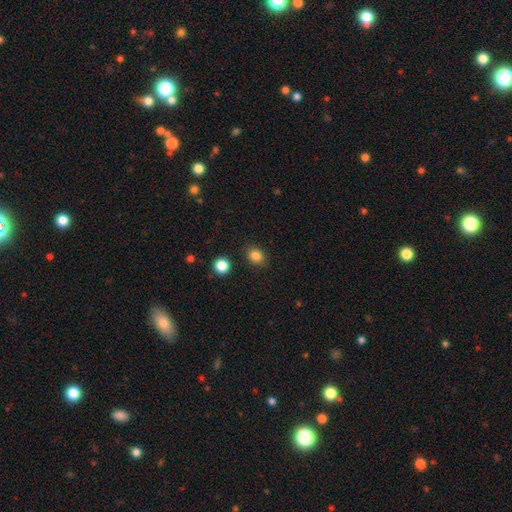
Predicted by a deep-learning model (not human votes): smooth-or-featured: smooth: 84% | star or artifact: 11% | featured or disk: 5%
  how-rounded: round: 57% | in between: 42% | cigar-shaped: 1%
  merging: none: 87% | minor disturbance: 9% | major disturbance: 3% | merger: 2%